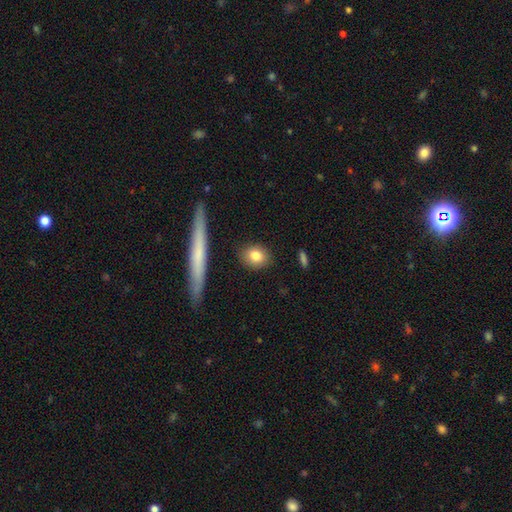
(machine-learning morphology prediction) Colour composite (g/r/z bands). It shows a smooth galaxy with no disk features (82%) that is round (54%). Merging: none (88%).